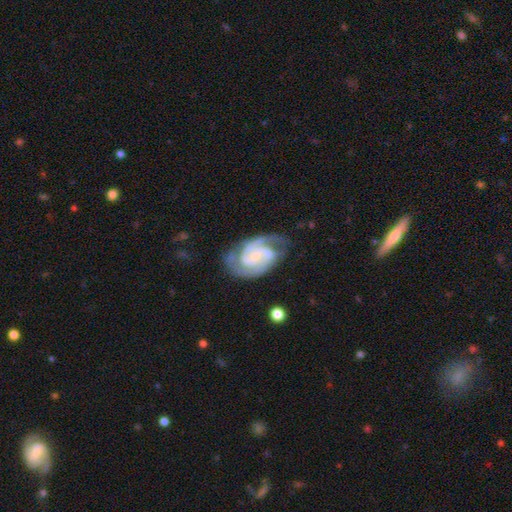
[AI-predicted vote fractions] smooth-or-featured: featured or disk: 90% | smooth: 5% | star or artifact: 4%
  disk-edge-on: no: 98% | yes: 2%
    bar: weak: 42% | no: 41% | strong: 16%
    has-spiral-arms: yes: 98% | no: 2%
      spiral-winding: tight: 47% | medium: 46% | loose: 7%
      spiral-arm-count: 2: 83% | 3: 8% | can't tell: 4% | 1: 2% | 4: 2% | more than 4: 2%
    bulge-size: small: 47% | none: 34% | moderate: 14% | large: 3% | dominant: 1%
  merging: none: 71% | minor disturbance: 19% | major disturbance: 8% | merger: 2%